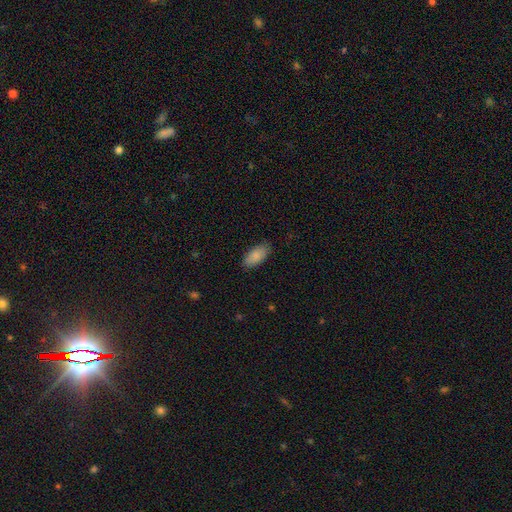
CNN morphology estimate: A smooth galaxy with no disk features (88%) that is in between round and cigar-shaped (90%). Merging: none (84%).